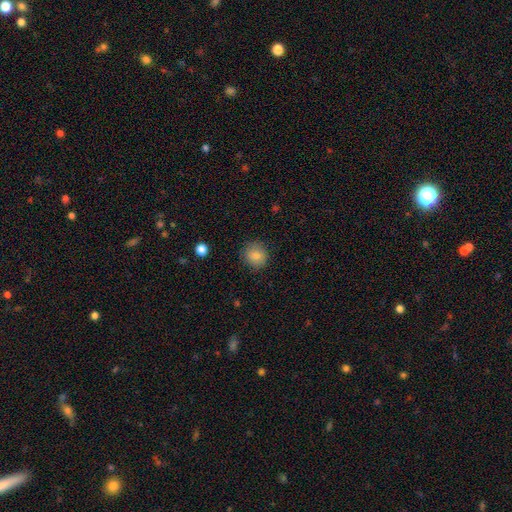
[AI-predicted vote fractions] Smooth or featured: smooth — 82% (star or artifact — 10%)
How rounded: round — 87% (in between — 12%)
Merging: none — 86% (minor disturbance — 10%)